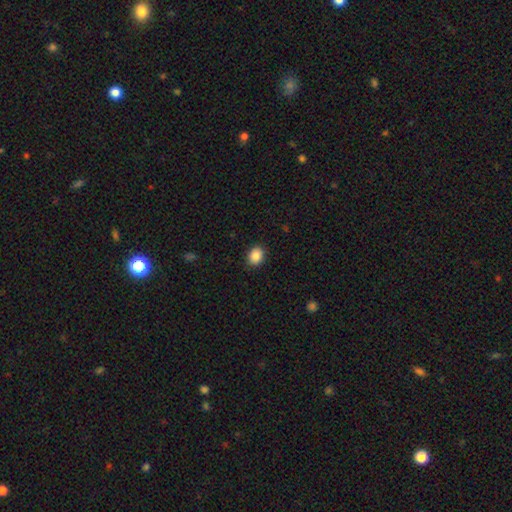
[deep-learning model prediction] Overall: smooth (88%). How rounded: in between (54%; round 45%). Merging: none (90%).